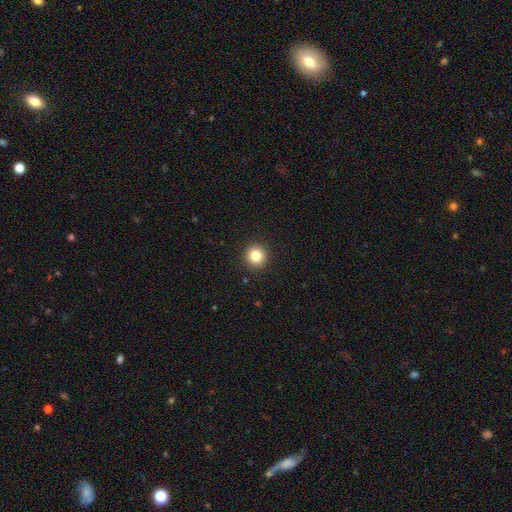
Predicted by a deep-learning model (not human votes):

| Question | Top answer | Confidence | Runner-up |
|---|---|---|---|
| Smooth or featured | smooth | 82% | star or artifact (12%) |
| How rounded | round | 94% | in between (5%) |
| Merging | none | 93% | minor disturbance (4%) |